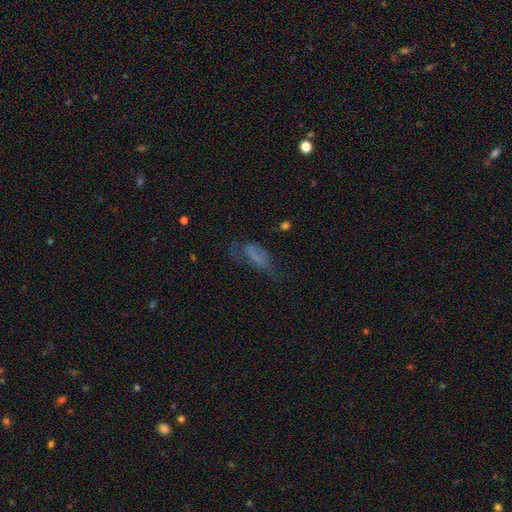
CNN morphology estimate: Q: Smooth or featured?
A: smooth (46%); runner-up: featured or disk (35%)
Q: Merging?
A: major disturbance (39%); runner-up: none (33%)